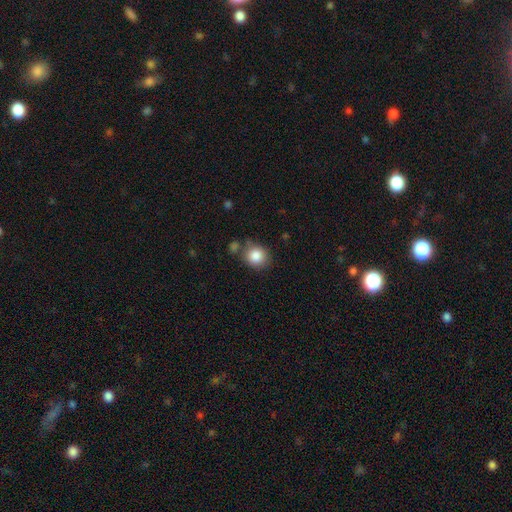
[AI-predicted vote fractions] A smooth galaxy with no disk features (86%) that is round (81%).

Vote fractions:
- Smooth or featured? smooth: 86% / star or artifact: 9% / featured or disk: 6%
- How rounded? round: 81% / in between: 18% / cigar-shaped: 1%
- Merging? none: 72% / minor disturbance: 15% / merger: 9% / major disturbance: 5%